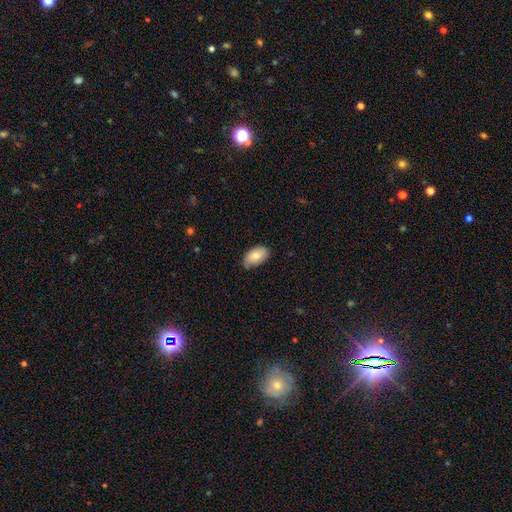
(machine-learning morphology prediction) type=smooth (76%); roundness=in between (93%); merging=none (71%).